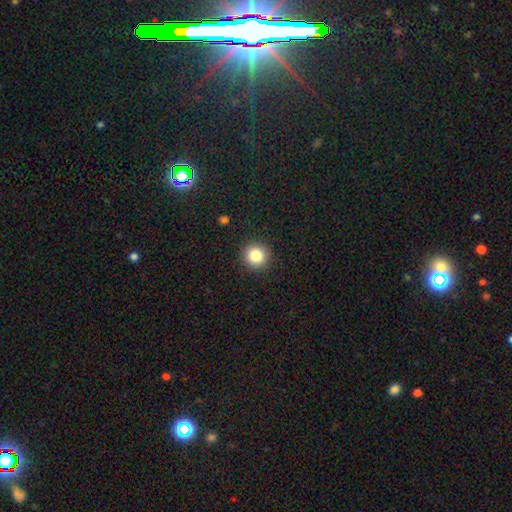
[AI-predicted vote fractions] The model was most divided on "smooth or featured": smooth: 83%, star or artifact: 11%, featured or disk: 6%. More confident: how rounded — round (94%); merging — none (92%).